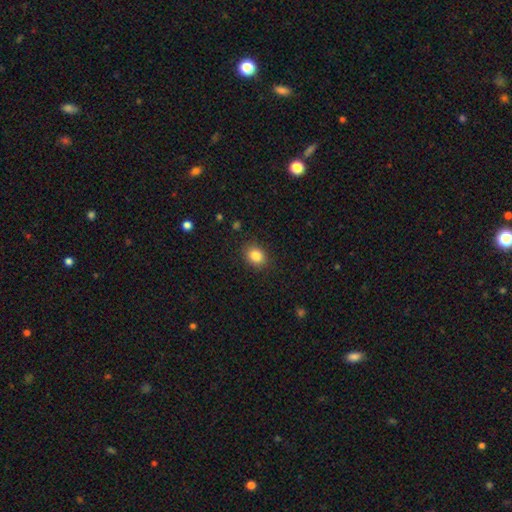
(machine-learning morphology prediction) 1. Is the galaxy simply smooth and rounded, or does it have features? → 85% smooth, 10% star or artifact, 6% featured or disk.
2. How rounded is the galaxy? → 52% in between, 47% round, 1% cigar-shaped.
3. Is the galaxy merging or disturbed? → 87% none, 9% minor disturbance, 3% major disturbance, 1% merger.